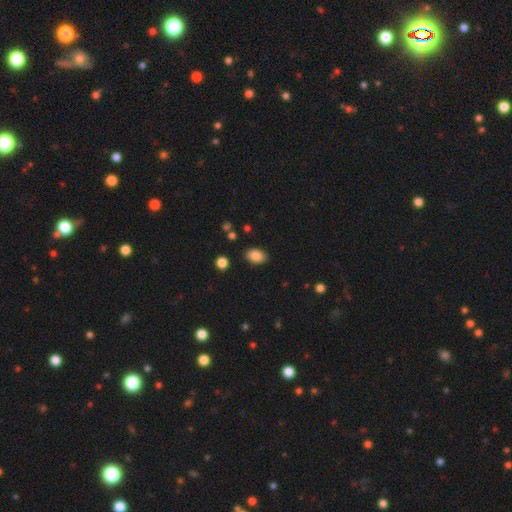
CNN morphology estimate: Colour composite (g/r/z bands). It shows a smooth galaxy with no disk features (86%) that is in between round and cigar-shaped (86%). Merging: none (87%).